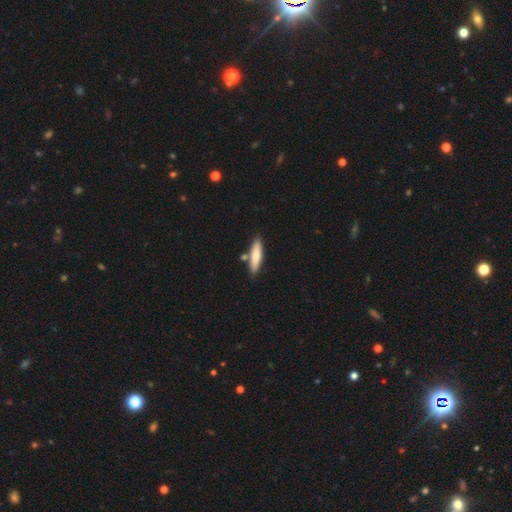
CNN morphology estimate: smooth-or-featured: smooth: 75% | featured or disk: 19% | star or artifact: 5%
  how-rounded: cigar-shaped: 77% | in between: 22% | round: 2%
  merging: none: 79% | minor disturbance: 11% | merger: 8% | major disturbance: 2%